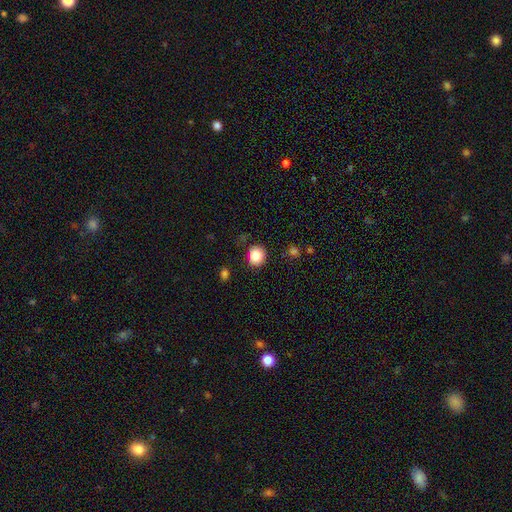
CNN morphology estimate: Q: Smooth or featured?
A: smooth (85%); runner-up: star or artifact (9%)
Q: How rounded?
A: round (76%); runner-up: in between (23%)
Q: Merging?
A: none (84%); runner-up: minor disturbance (11%)